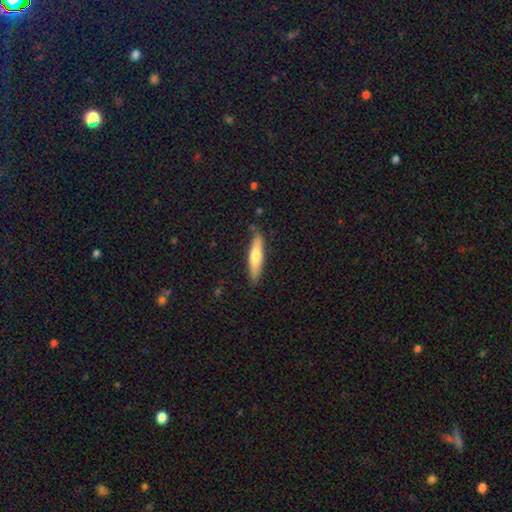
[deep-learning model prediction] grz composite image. It shows a smooth galaxy with no disk features (65%) that is cigar-shaped (79%). Merging: none (84%).